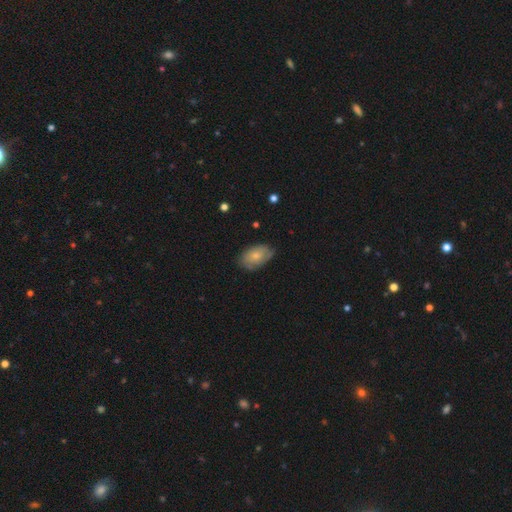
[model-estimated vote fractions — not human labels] A smooth galaxy with no disk features (64%) that is in between round and cigar-shaped (90%). Merging: none (71%).